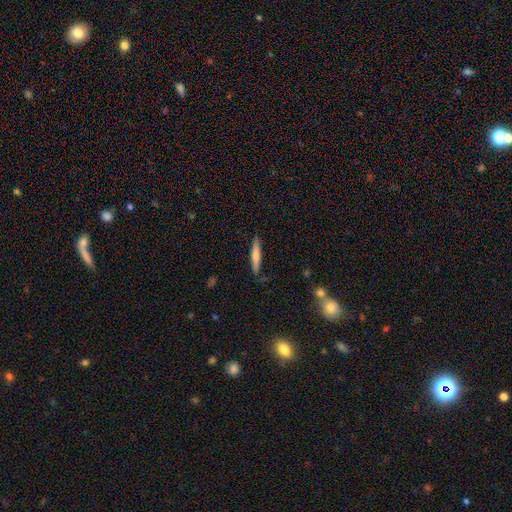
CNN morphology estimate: Q: Smooth or featured?
A: smooth (57%); runner-up: featured or disk (37%)
Q: How rounded?
A: cigar-shaped (92%); runner-up: in between (6%)
Q: Merging?
A: none (86%); runner-up: minor disturbance (10%)